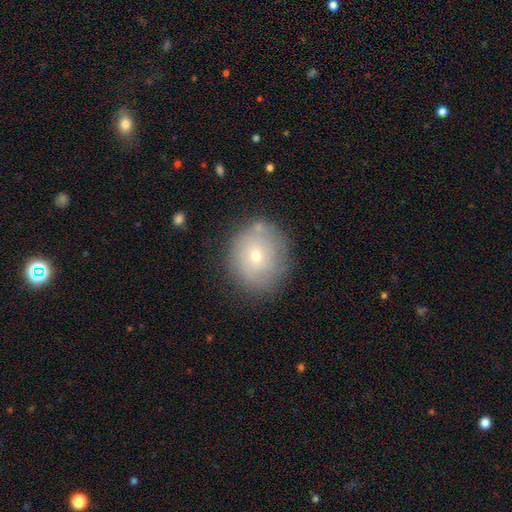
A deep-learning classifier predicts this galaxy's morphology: Overall: smooth (62%; featured or disk 28%). How rounded: round (84%). Merging: none (77%).